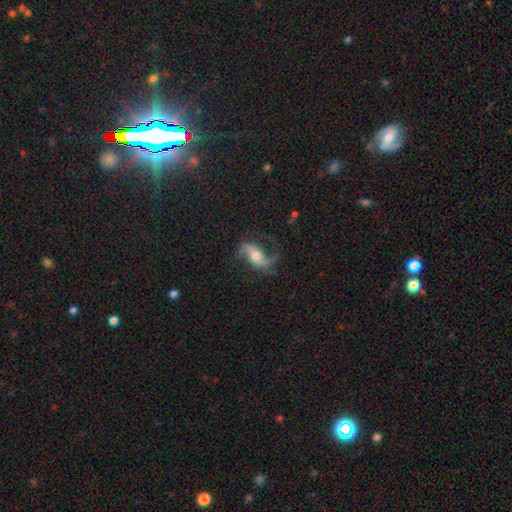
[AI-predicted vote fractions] Smooth or featured? Predicted: featured or disk (p=0.77). Edge-on disk? Predicted: no (p=0.93). Bar? Predicted: no (p=0.36). Spiral arms? Predicted: yes (p=0.93). Spiral winding? Predicted: loose (p=0.64). Spiral arm count? Predicted: 2 (p=0.86). Bulge size? Predicted: moderate (p=0.64). Merging? Predicted: none (p=0.63).